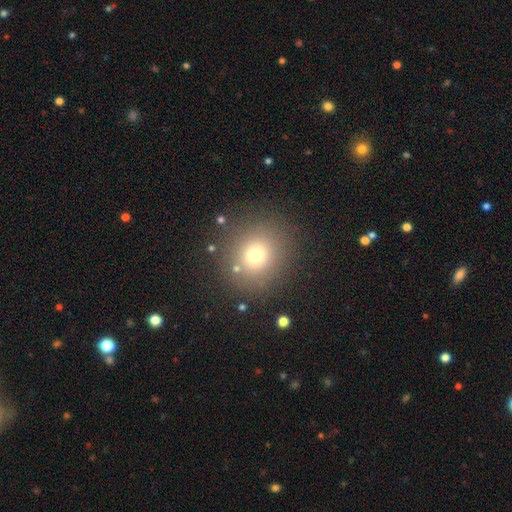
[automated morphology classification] Smooth or featured? Predicted: smooth (p=0.71). How rounded? Predicted: round (p=0.85). Merging? Predicted: none (p=0.84).